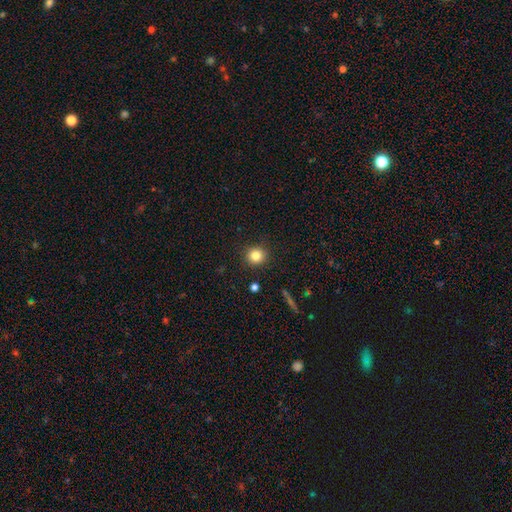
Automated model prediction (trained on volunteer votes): smooth-or-featured: smooth: 83% | star or artifact: 11% | featured or disk: 6%
  how-rounded: round: 91% | in between: 8% | cigar-shaped: 1%
  merging: none: 90% | minor disturbance: 6% | major disturbance: 2% | merger: 1%